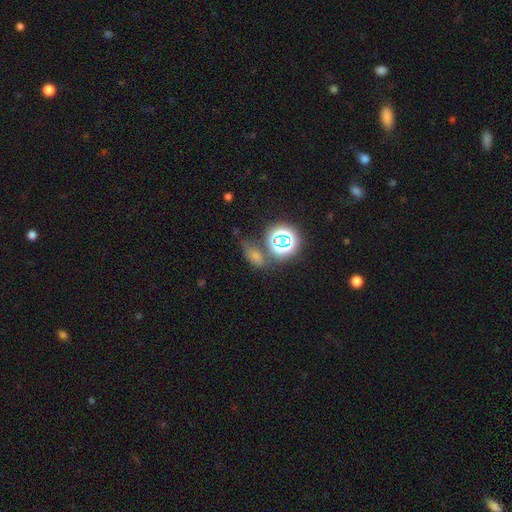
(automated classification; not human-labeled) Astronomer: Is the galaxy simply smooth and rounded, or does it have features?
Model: star or artifact — 48% (runner-up: smooth, 40%).